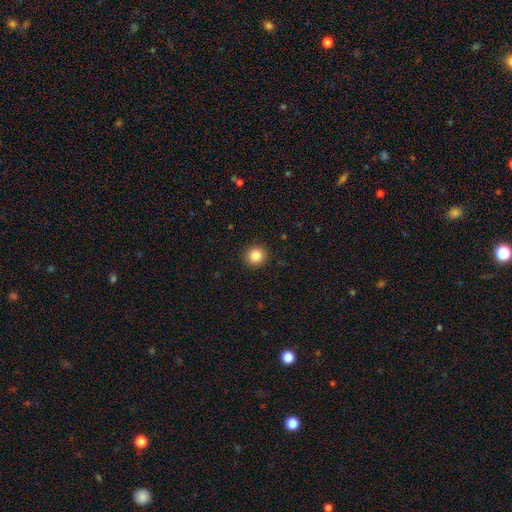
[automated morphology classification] This appears to be a smooth galaxy with no disk features (86%) that is round (93%). Merging: none (92%).